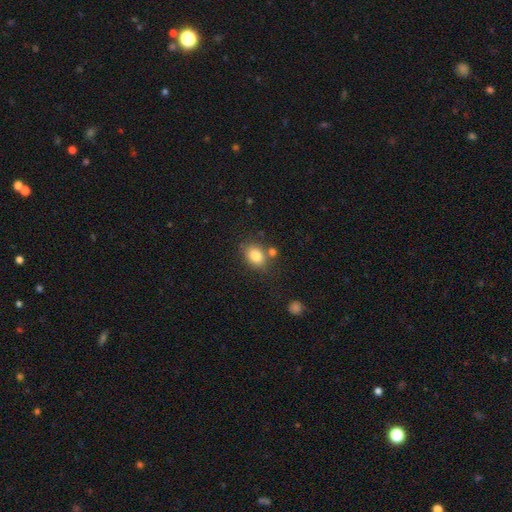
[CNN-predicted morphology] A smooth galaxy with no disk features (81%) that is in between round and cigar-shaped (66%). Merging: none (68%).